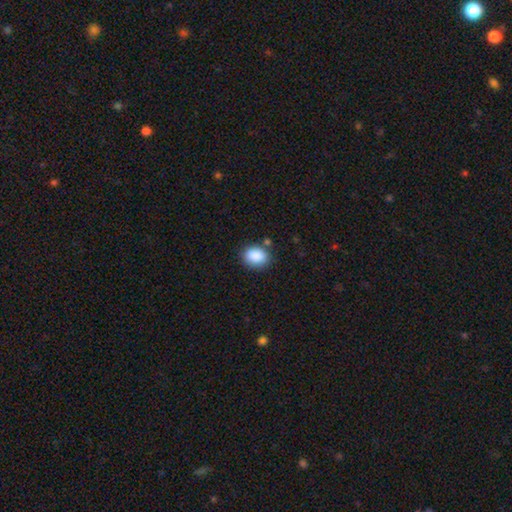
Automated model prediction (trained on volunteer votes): Overall: smooth (89%). How rounded: in between (63%; round 36%). Merging: none (82%).